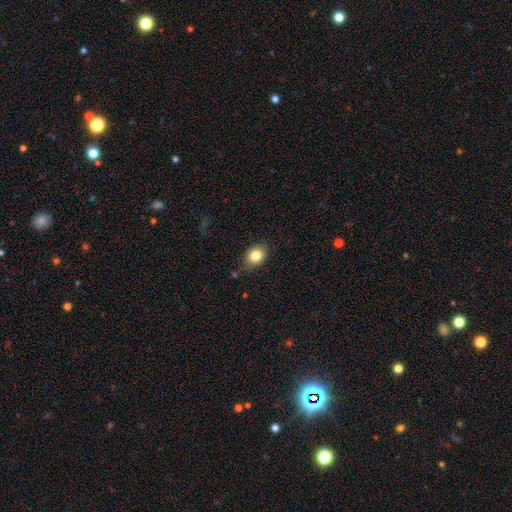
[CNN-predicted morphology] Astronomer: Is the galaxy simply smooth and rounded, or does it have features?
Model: smooth — 82%.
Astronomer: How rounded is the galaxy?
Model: in between — 60% (runner-up: round, 38%).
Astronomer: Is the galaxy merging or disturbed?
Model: none — 78%.